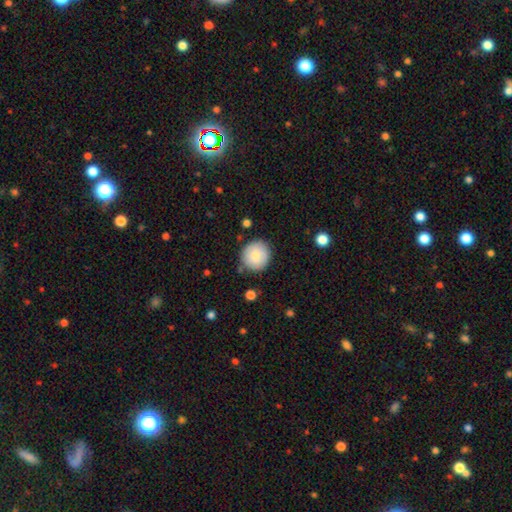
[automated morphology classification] Overall: smooth (80%). How rounded: round (92%). Merging: none (83%).